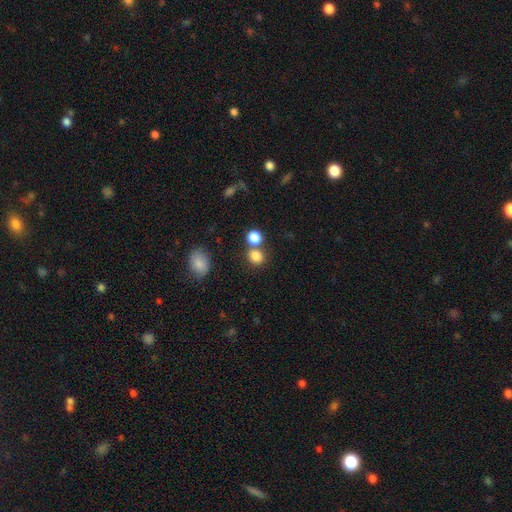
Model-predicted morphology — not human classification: Q: Smooth or featured?
A: smooth (81%); runner-up: star or artifact (13%)
Q: How rounded?
A: round (76%); runner-up: in between (23%)
Q: Merging?
A: none (59%); runner-up: merger (28%)